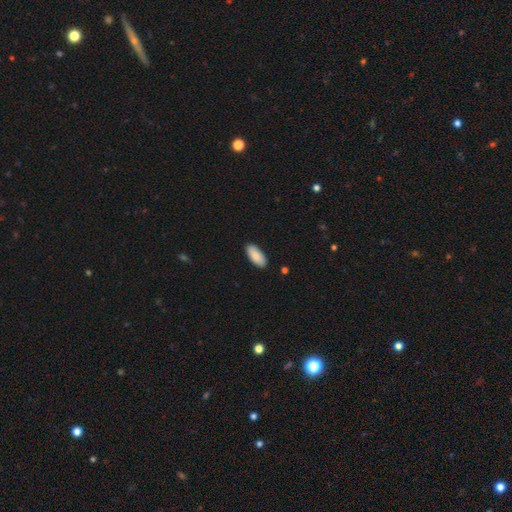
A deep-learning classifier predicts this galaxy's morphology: The model was most divided on "how rounded": in between: 87%, cigar-shaped: 11%, round: 2%. More confident: merging — none (89%); smooth or featured — smooth (89%).